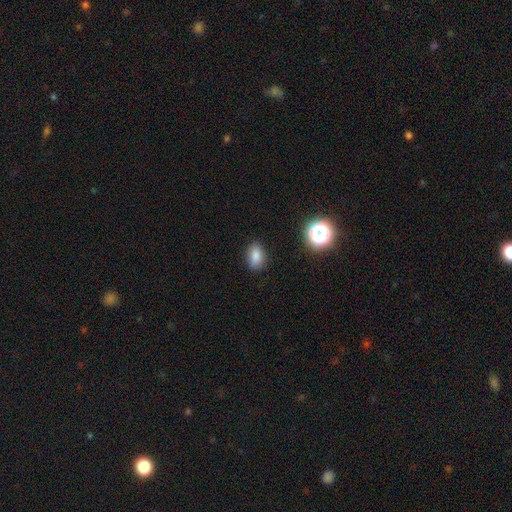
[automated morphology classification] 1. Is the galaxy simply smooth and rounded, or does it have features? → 82% smooth, 12% star or artifact, 6% featured or disk.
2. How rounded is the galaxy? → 84% in between, 14% round, 2% cigar-shaped.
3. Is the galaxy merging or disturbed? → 85% none, 11% minor disturbance, 3% major disturbance, 1% merger.